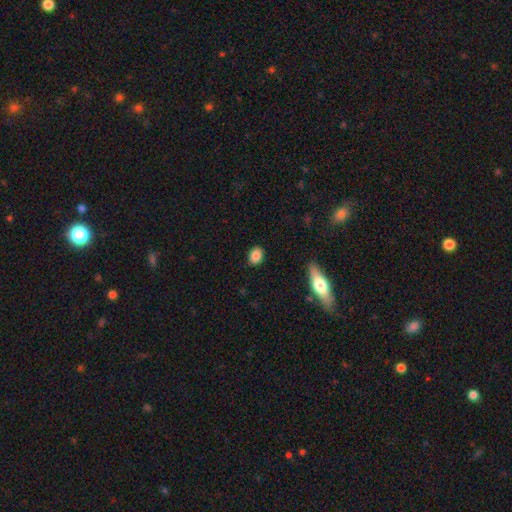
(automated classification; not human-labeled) Smooth or featured? Predicted: smooth (p=0.86). How rounded? Predicted: in between (p=0.61). Merging? Predicted: none (p=0.87).